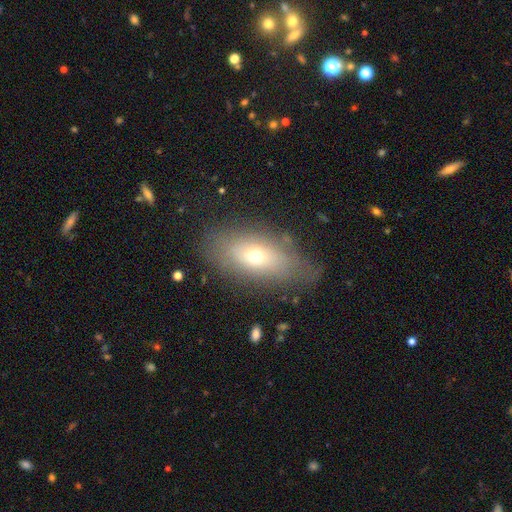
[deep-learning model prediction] smooth 60%, featured or disk 29%, star or artifact 11%. Down the decision tree: how rounded — in between (82%); merging — none (67%).